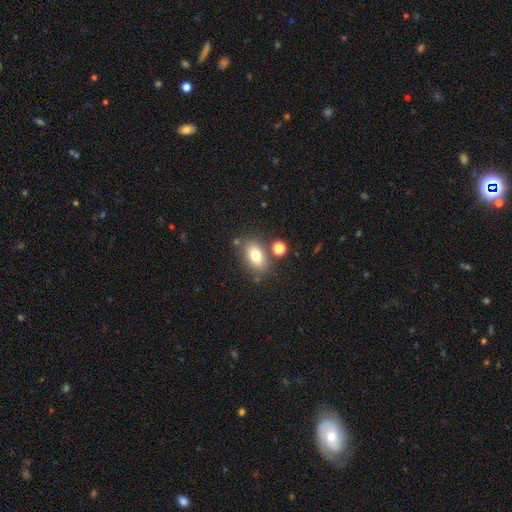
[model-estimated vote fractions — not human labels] smooth 77%, featured or disk 13%, star or artifact 10%. Down the decision tree: how rounded — in between (85%); merging — none (73%).